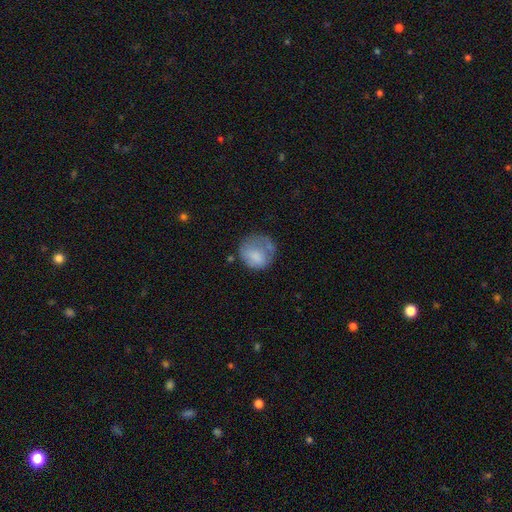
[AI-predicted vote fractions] This appears to be a smooth galaxy with no disk features (72%) that is round (78%). Merging: none (44%).